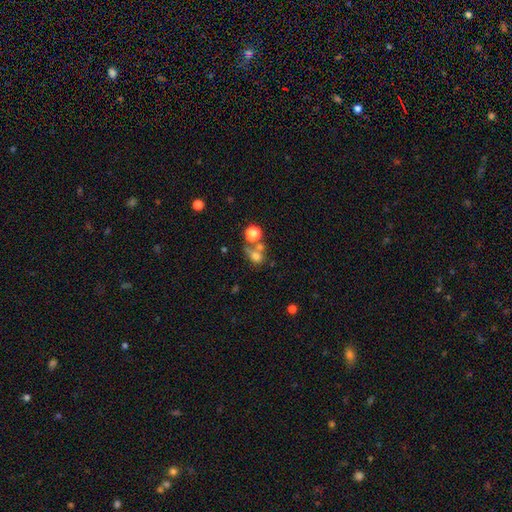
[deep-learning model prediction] Overall: smooth (69%). How rounded: round (61%; in between 37%). Merging: merger (40%; none 38%).